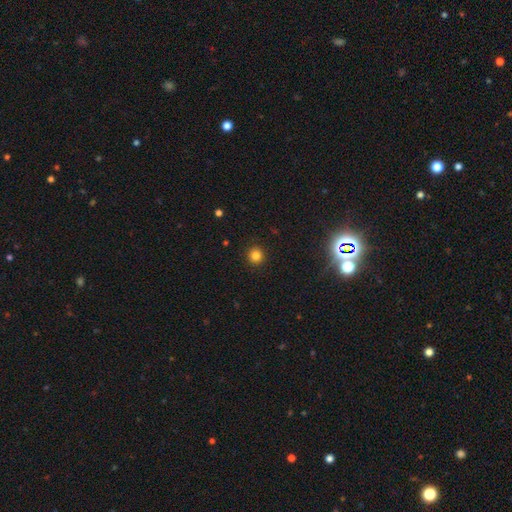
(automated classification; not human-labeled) A smooth galaxy with no disk features (82%) that is round (93%). Merging: none (92%).